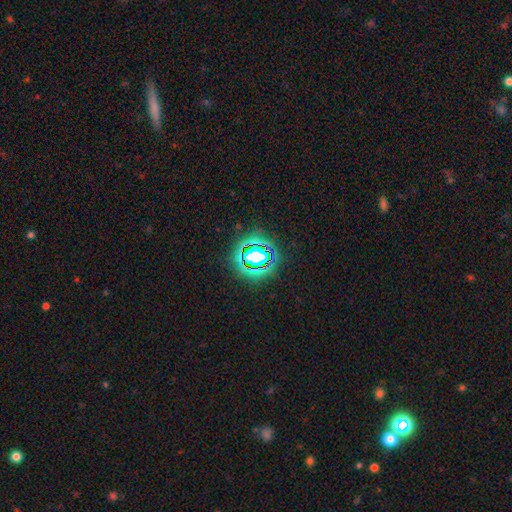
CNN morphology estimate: A star or artifact, not a galaxy (68%).